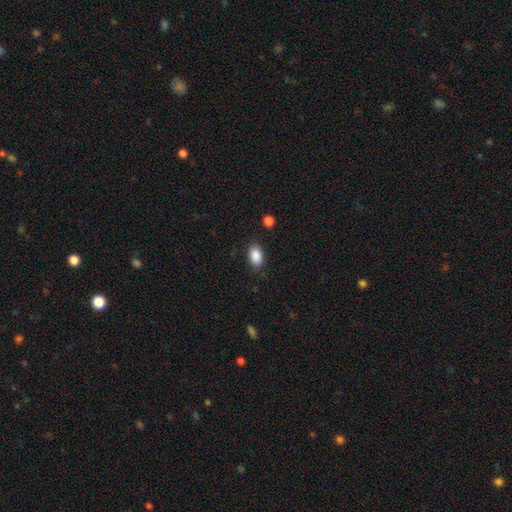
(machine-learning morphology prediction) A smooth galaxy with no disk features (89%) that is in between round and cigar-shaped (90%).

Vote fractions:
- Smooth or featured? smooth: 89% / star or artifact: 8% / featured or disk: 4%
- How rounded? in between: 90% / round: 9% / cigar-shaped: 1%
- Merging? none: 85% / minor disturbance: 11% / major disturbance: 3% / merger: 2%